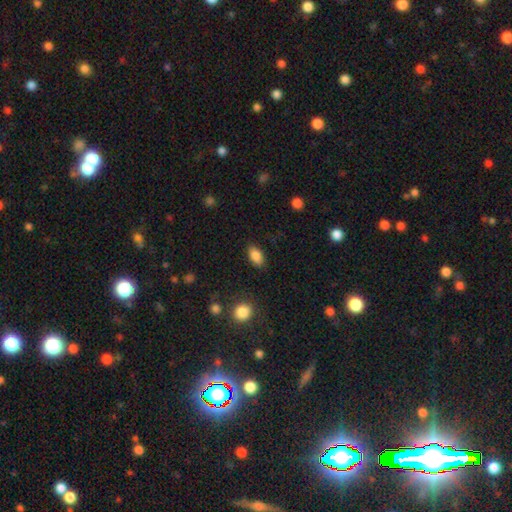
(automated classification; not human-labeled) smooth_or_featured: smooth (p=0.86) [alt: star or artifact p=0.08]
how_rounded: in between (p=0.90) [alt: round p=0.07]
merging: none (p=0.85) [alt: minor disturbance p=0.10]